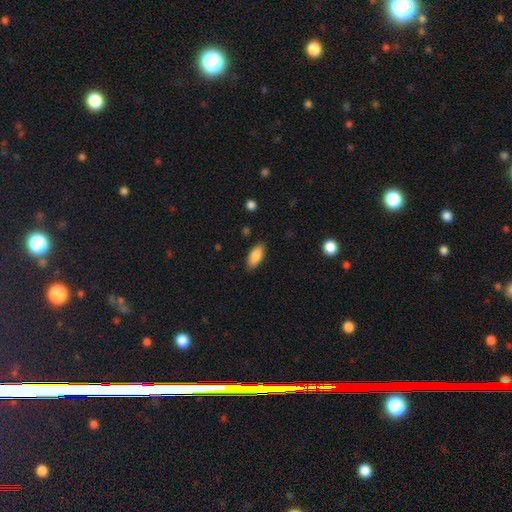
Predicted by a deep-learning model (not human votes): smooth-or-featured: smooth: 87% | featured or disk: 7% | star or artifact: 6%
  how-rounded: in between: 85% | cigar-shaped: 13% | round: 2%
  merging: none: 86% | minor disturbance: 10% | major disturbance: 2% | merger: 1%